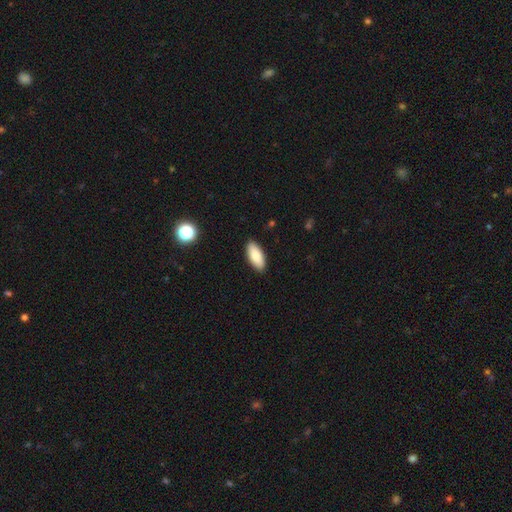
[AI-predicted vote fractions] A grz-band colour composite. It shows a smooth galaxy with no disk features (86%) that is in between round and cigar-shaped (86%). Merging: none (89%).